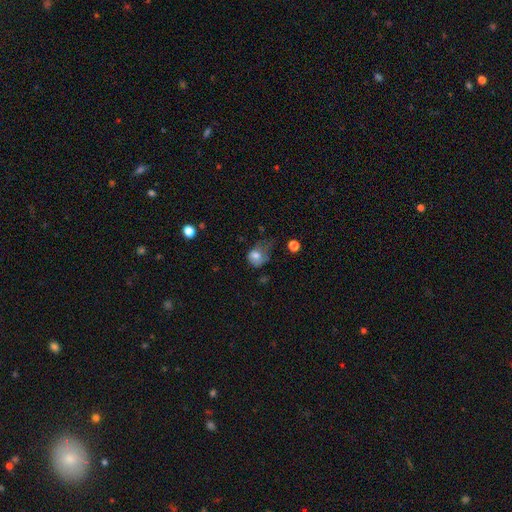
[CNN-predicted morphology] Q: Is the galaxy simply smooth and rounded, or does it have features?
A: smooth — 73%.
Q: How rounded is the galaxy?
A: round — 56%.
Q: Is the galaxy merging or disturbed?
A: major disturbance — 42%.